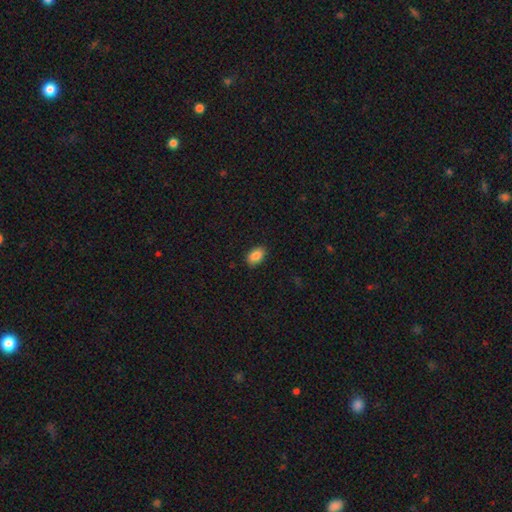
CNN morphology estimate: This appears to be a smooth galaxy with no disk features (87%) that is in between round and cigar-shaped (90%). Merging: none (88%).